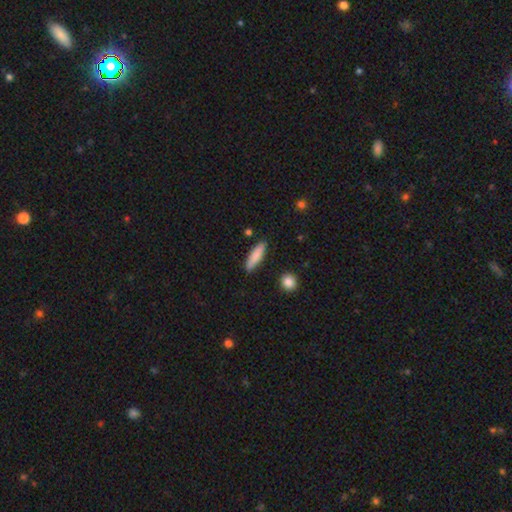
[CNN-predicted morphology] Smooth or featured? Predicted: smooth (p=0.81). How rounded? Predicted: cigar-shaped (p=0.72). Merging? Predicted: none (p=0.86).